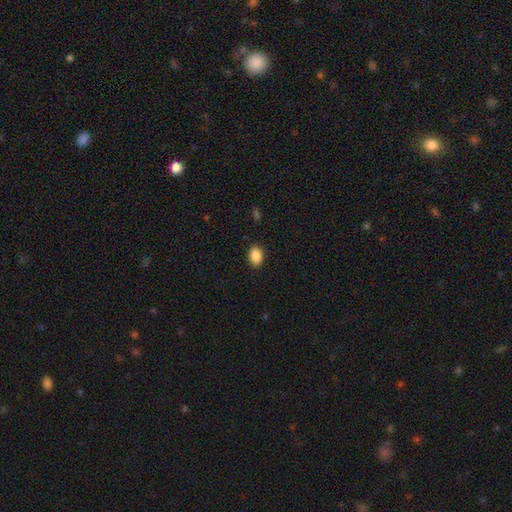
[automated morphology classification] This is clearly a smooth galaxy (89%). How rounded: clearly in between (81%). Merging: clearly none (88%).